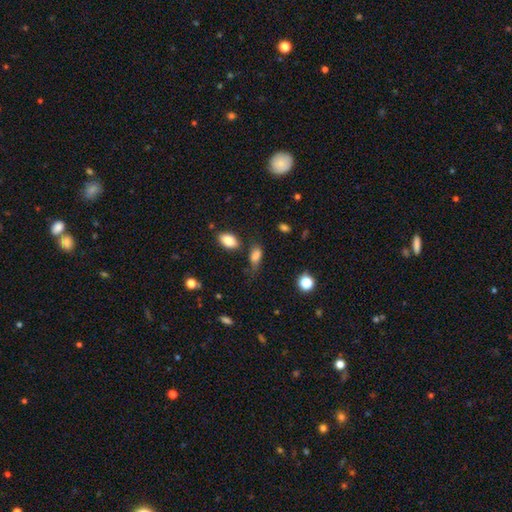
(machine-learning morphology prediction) Smooth or featured? Predicted: smooth (p=0.79). How rounded? Predicted: in between (p=0.83). Merging? Predicted: none (p=0.47).